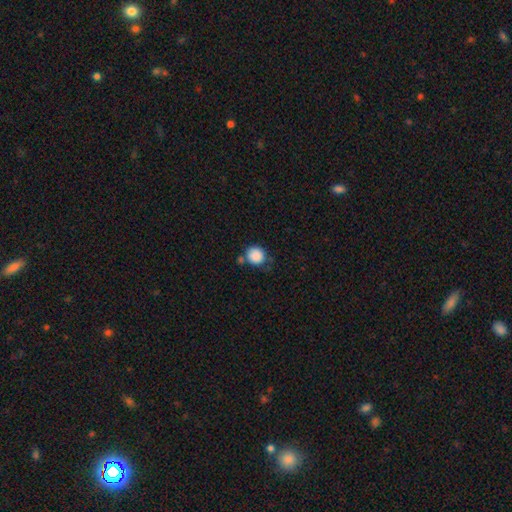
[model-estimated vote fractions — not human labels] Smooth or featured?
  - smooth: 88% *
  - star or artifact: 9%
  - featured or disk: 4%
How rounded?
  - round: 87% *
  - in between: 12%
  - cigar-shaped: 1%
Merging?
  - none: 65% *
  - minor disturbance: 17%
  - merger: 12%
  - major disturbance: 5%